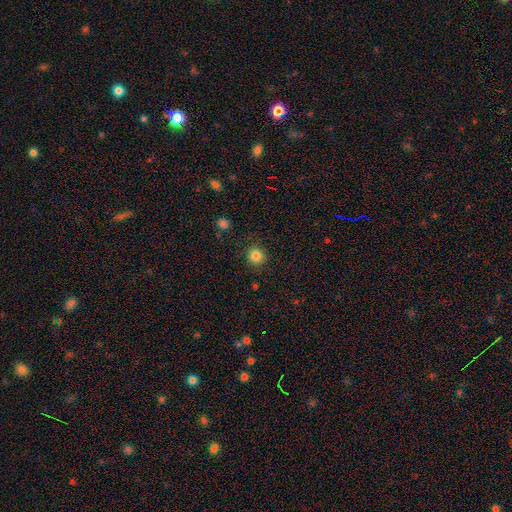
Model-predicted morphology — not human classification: The model was most divided on "smooth or featured": smooth: 84%, star or artifact: 12%, featured or disk: 5%. More confident: how rounded — round (92%); merging — none (89%).